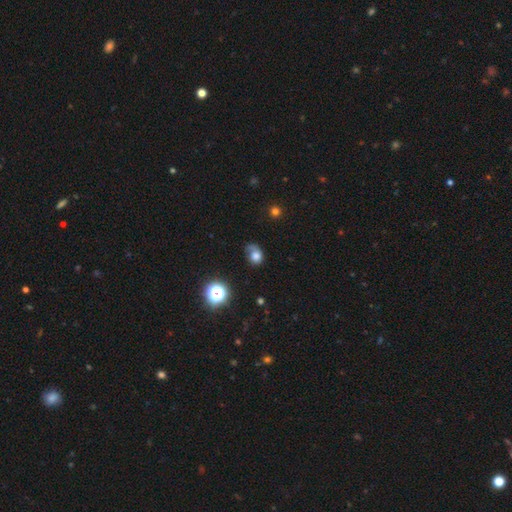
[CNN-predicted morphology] A smooth galaxy with no disk features (69%) that is round (52%).

Vote fractions:
- Smooth or featured? smooth: 69% / featured or disk: 17% / star or artifact: 13%
- How rounded? round: 52% / in between: 47% / cigar-shaped: 1%
- Merging? none: 39% / minor disturbance: 32% / major disturbance: 25% / merger: 4%